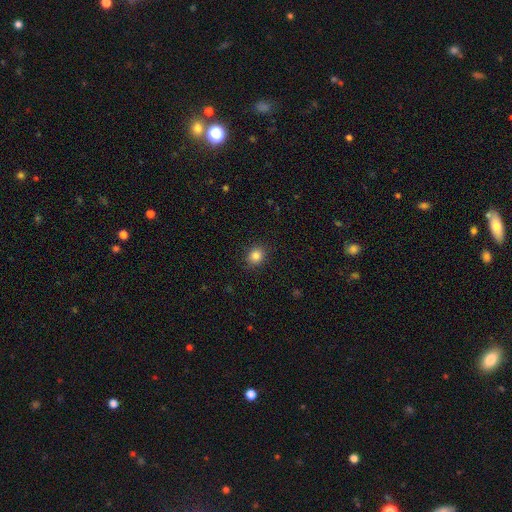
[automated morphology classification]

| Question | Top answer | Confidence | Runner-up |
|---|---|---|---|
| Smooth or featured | smooth | 85% | star or artifact (11%) |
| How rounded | round | 70% | in between (29%) |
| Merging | none | 90% | minor disturbance (7%) |